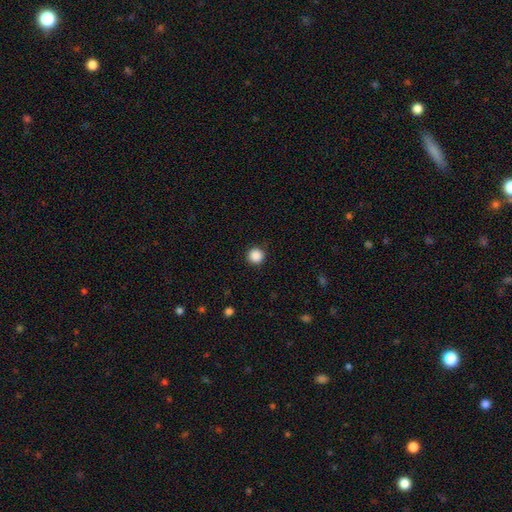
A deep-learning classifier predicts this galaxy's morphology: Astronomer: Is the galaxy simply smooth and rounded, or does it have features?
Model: smooth — 88%.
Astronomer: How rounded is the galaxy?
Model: round — 96%.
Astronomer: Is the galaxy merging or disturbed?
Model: none — 92%.